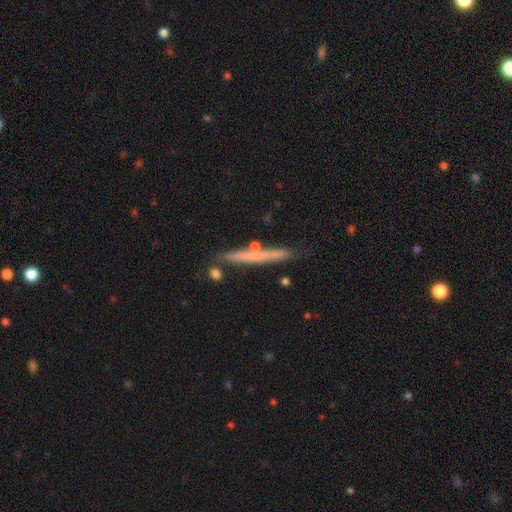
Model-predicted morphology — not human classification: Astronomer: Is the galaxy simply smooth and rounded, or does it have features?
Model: featured or disk — 49% (runner-up: smooth, 44%).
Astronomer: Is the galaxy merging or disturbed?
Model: none — 82%.